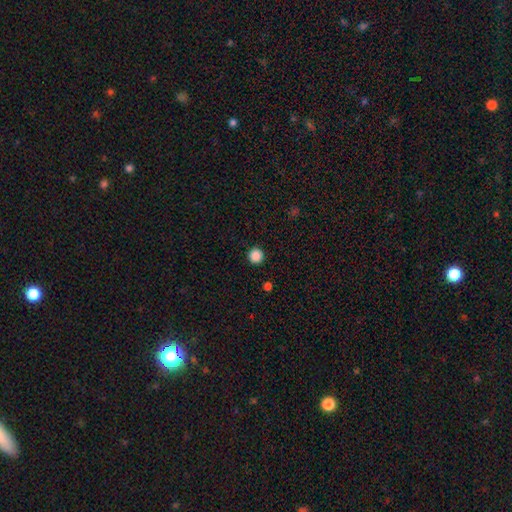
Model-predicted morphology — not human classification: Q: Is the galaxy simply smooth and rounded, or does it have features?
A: smooth — 87%.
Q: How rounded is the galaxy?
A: round — 96%.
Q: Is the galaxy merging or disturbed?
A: none — 93%.